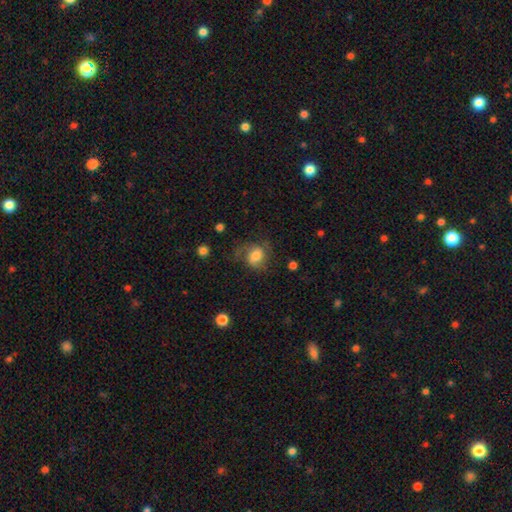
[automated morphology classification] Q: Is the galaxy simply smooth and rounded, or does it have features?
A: smooth — 53%.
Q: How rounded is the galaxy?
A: round — 59%.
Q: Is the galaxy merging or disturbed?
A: none — 51%.